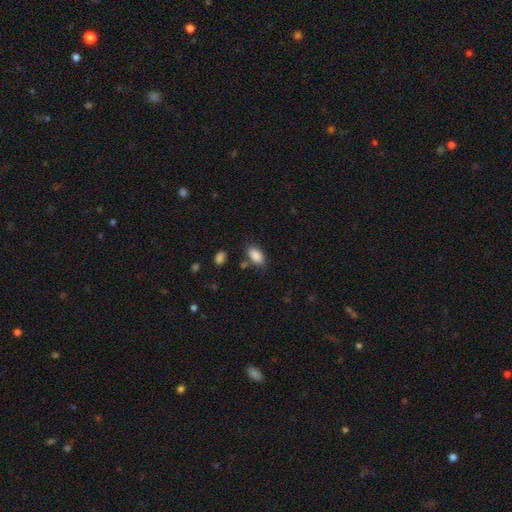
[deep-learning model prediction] A smooth galaxy with no disk features (88%) that is in between round and cigar-shaped (92%).

Vote fractions:
- Smooth or featured? smooth: 88% / star or artifact: 7% / featured or disk: 4%
- How rounded? in between: 92% / round: 4% / cigar-shaped: 4%
- Merging? none: 77% / minor disturbance: 14% / merger: 6% / major disturbance: 4%